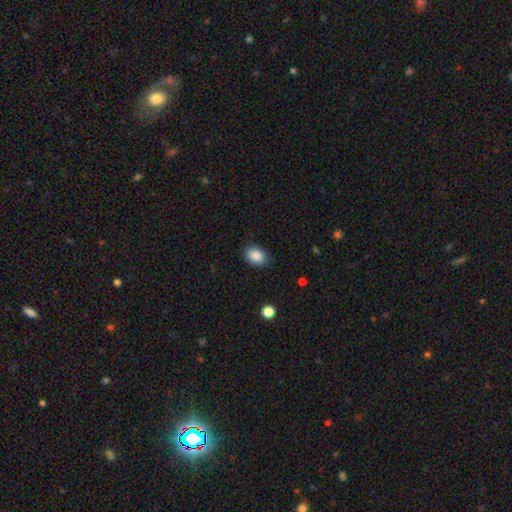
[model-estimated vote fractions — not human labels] A smooth galaxy with no disk features (88%) that is in between round and cigar-shaped (80%). Merging: none (84%).